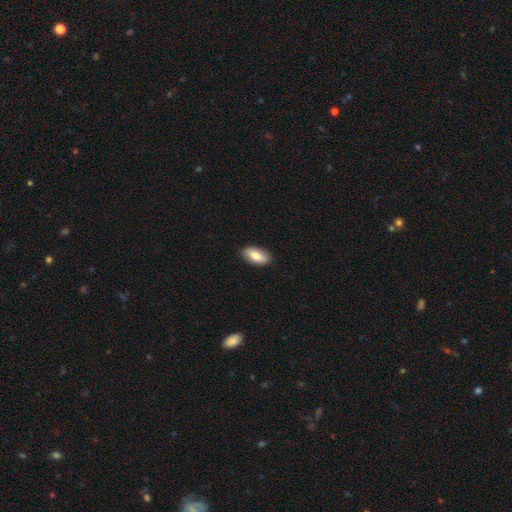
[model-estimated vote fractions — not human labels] Q: Smooth or featured?
A: smooth (76%); runner-up: featured or disk (18%)
Q: How rounded?
A: in between (91%); runner-up: cigar-shaped (6%)
Q: Merging?
A: none (89%); runner-up: minor disturbance (8%)